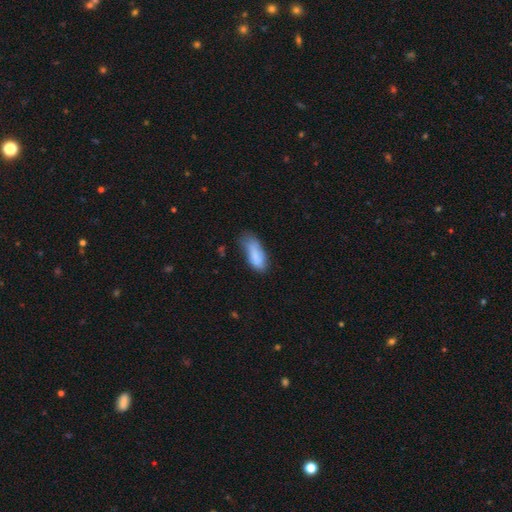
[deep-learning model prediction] Smooth or featured? smooth (81%)
How rounded? in between (78%)
Merging? none (43%)